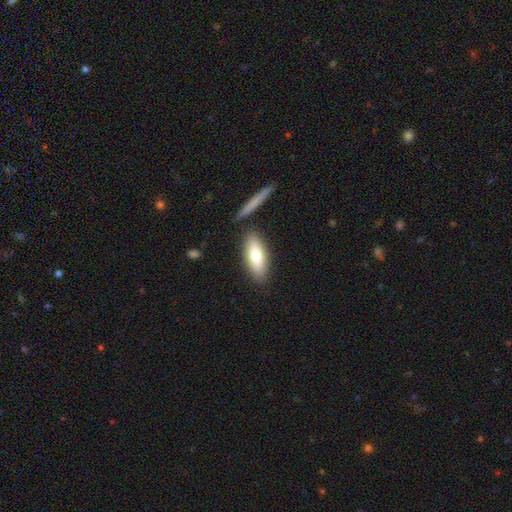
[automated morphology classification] The model was most divided on "how rounded": in between: 74%, cigar-shaped: 24%, round: 2%. More confident: merging — none (79%); smooth or featured — smooth (74%).